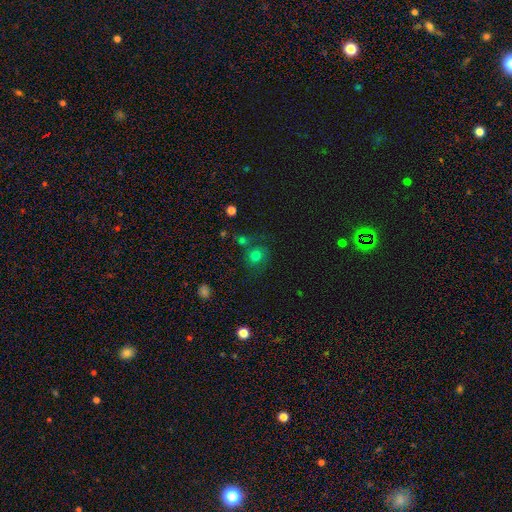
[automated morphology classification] smooth 64%, star or artifact 20%, featured or disk 16%. Down the decision tree: how rounded — round (80%); merging — none (62%).